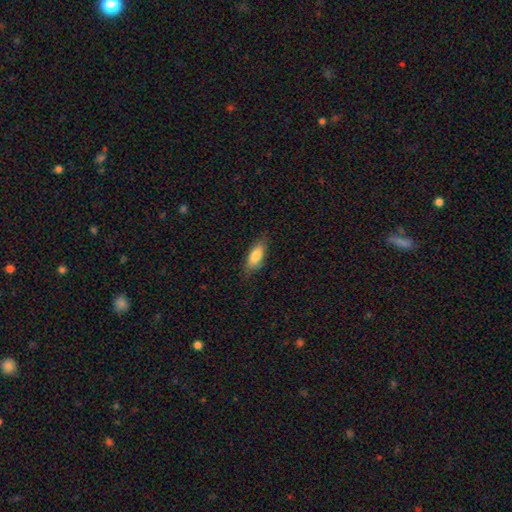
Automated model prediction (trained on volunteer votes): smooth_or_featured: smooth (p=0.80) [alt: featured or disk p=0.14]
how_rounded: in between (p=0.74) [alt: cigar-shaped p=0.23]
merging: none (p=0.79) [alt: minor disturbance p=0.17]